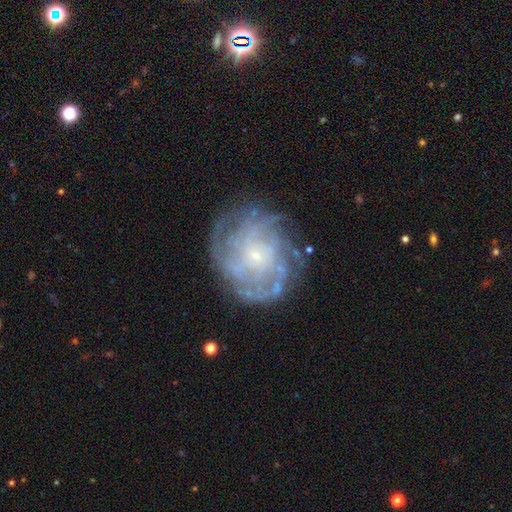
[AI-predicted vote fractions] A featured or disk galaxy (82%) with no bar (75%), tight (61%) spiral arms (91%) and a small central bulge (84%). Merging: none (73%).